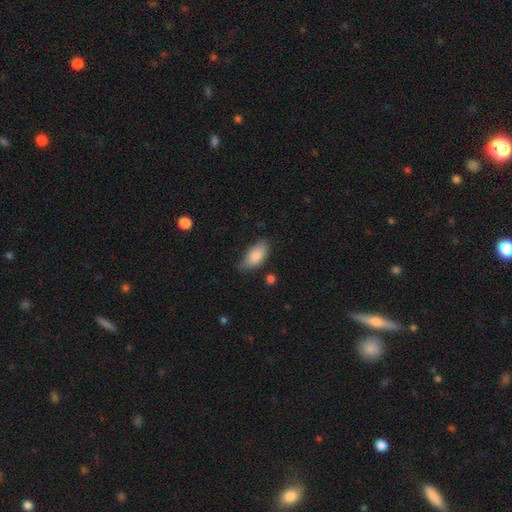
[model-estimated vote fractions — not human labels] Smooth or featured: smooth — 87% (featured or disk — 7%)
How rounded: in between — 90% (cigar-shaped — 8%)
Merging: none — 69% (minor disturbance — 25%)